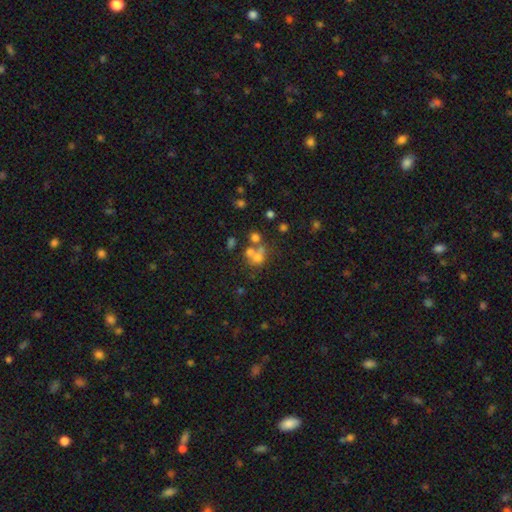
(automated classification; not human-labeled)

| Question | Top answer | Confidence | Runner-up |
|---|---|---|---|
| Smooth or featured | smooth | 54% | featured or disk (25%) |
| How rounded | round | 71% | in between (27%) |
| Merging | merger | 48% | none (35%) |